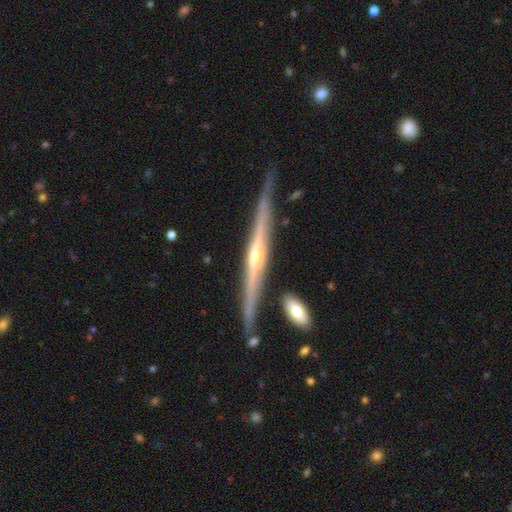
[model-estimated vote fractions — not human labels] This appears to be a featured or disk galaxy (83%) viewed edge-on (98%) with a rounded central bulge (68%). Merging: none (84%).